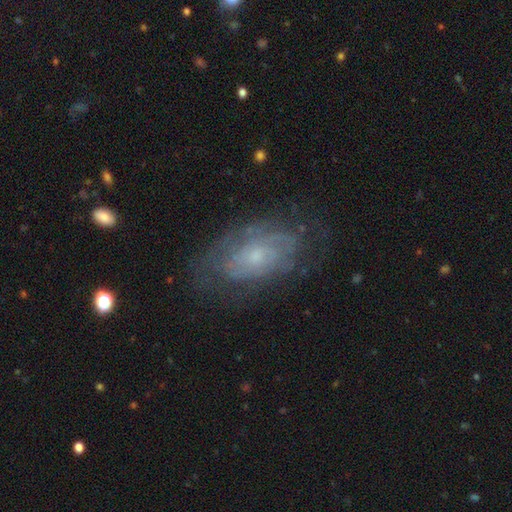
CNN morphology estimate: smooth-or-featured: featured or disk: 66% | smooth: 26% | star or artifact: 8%
  disk-edge-on: no: 94% | yes: 6%
    bar: no: 79% | weak: 18% | strong: 3%
    has-spiral-arms: yes: 68% | no: 32%
    bulge-size: small: 60% | moderate: 31% | none: 6% | large: 2% | dominant: 1%
  merging: none: 66% | minor disturbance: 22% | major disturbance: 11% | merger: 2%